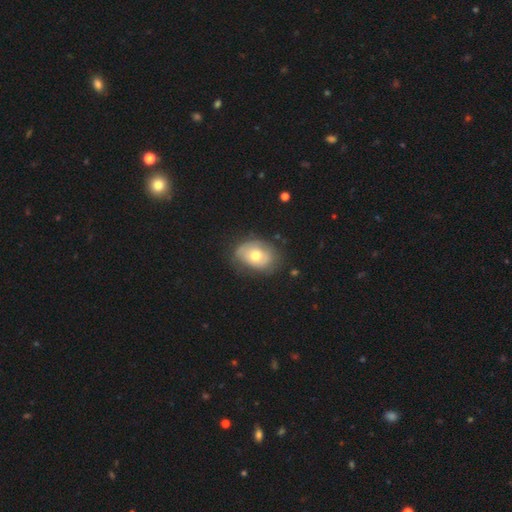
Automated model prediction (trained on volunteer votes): This is possibly a smooth galaxy (57%). How rounded: likely in between (77%). Merging: likely none (67%).